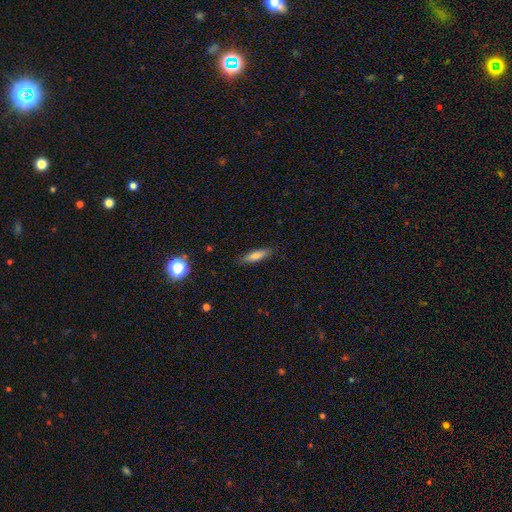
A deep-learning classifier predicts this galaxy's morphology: A smooth galaxy with no disk features (73%) that is cigar-shaped (68%). Merging: none (85%).